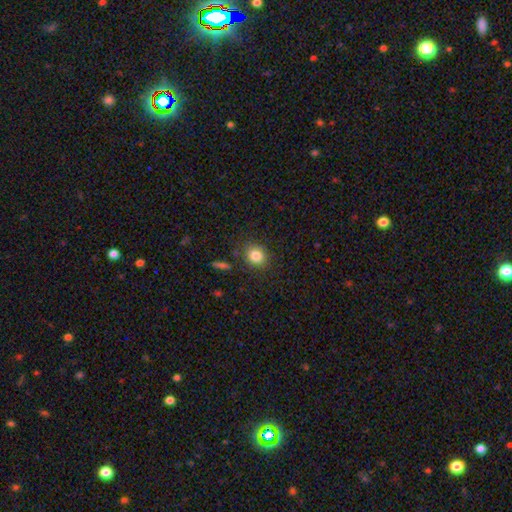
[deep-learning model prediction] smooth-or-featured: smooth: 84% | star or artifact: 10% | featured or disk: 6%
  how-rounded: round: 71% | in between: 28% | cigar-shaped: 1%
  merging: none: 85% | minor disturbance: 10% | major disturbance: 3% | merger: 2%